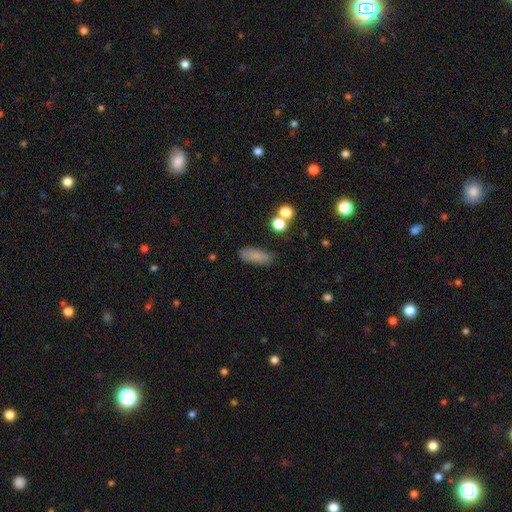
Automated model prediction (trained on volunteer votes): smooth-or-featured: smooth: 82% | star or artifact: 10% | featured or disk: 9%
  how-rounded: in between: 71% | cigar-shaped: 25% | round: 4%
  merging: none: 79% | minor disturbance: 13% | merger: 4% | major disturbance: 4%